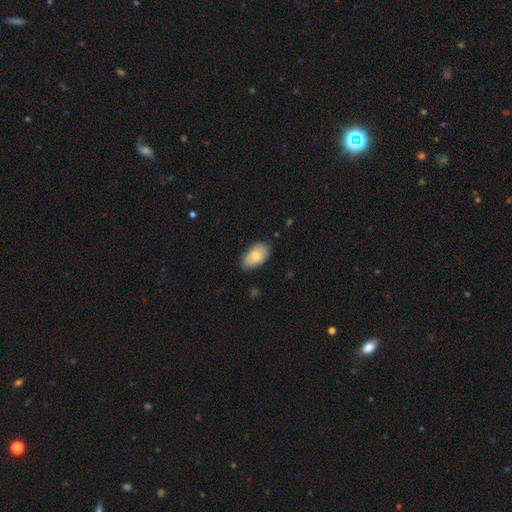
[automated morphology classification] A smooth galaxy with no disk features (71%) that is in between round and cigar-shaped (94%). Merging: none (73%).